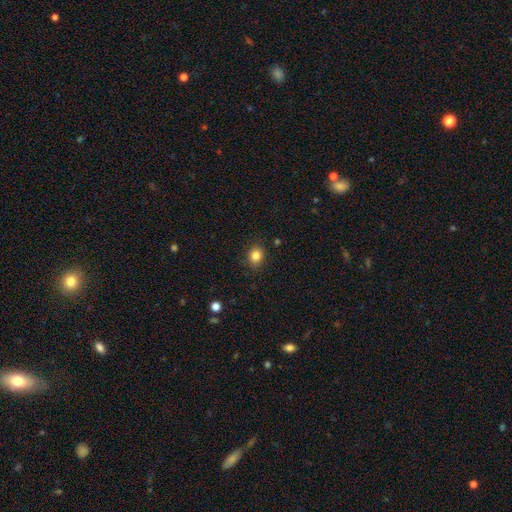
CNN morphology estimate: smooth 83%, star or artifact 11%, featured or disk 6%. Down the decision tree: how rounded — round (62%); merging — none (86%).